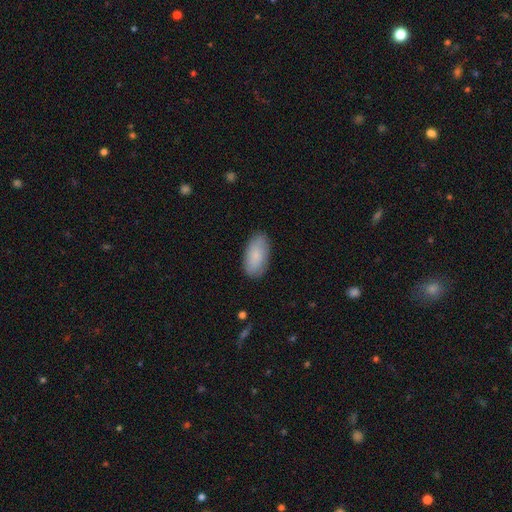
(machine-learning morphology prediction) Smooth or featured?
  - smooth: 80% *
  - featured or disk: 14%
  - star or artifact: 6%
How rounded?
  - in between: 94% *
  - cigar-shaped: 3%
  - round: 3%
Merging?
  - none: 85% *
  - minor disturbance: 12%
  - major disturbance: 2%
  - merger: 1%